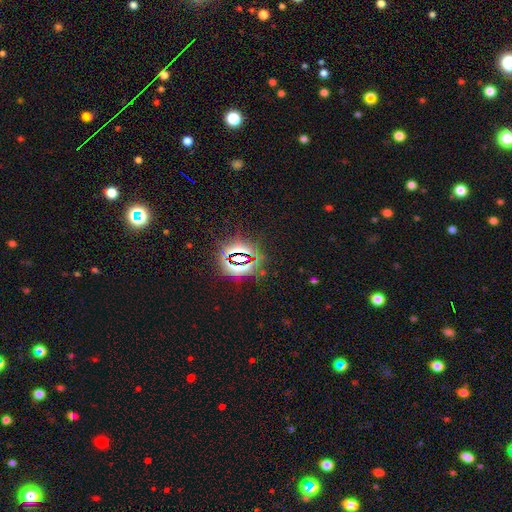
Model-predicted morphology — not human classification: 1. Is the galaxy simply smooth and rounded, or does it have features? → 74% star or artifact, 16% smooth, 10% featured or disk.